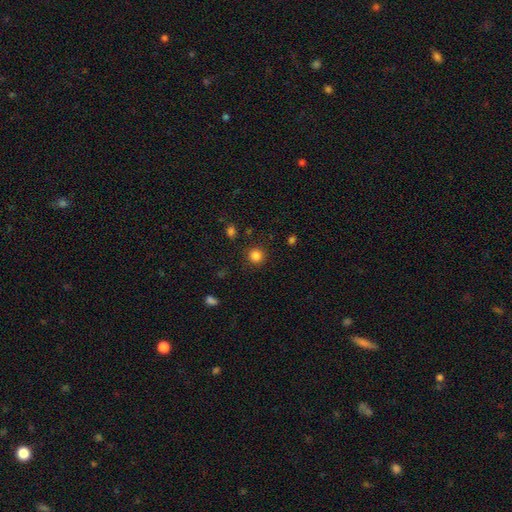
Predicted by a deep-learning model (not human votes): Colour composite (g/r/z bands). It shows a smooth galaxy with no disk features (84%) that is round (93%). Merging: none (89%).